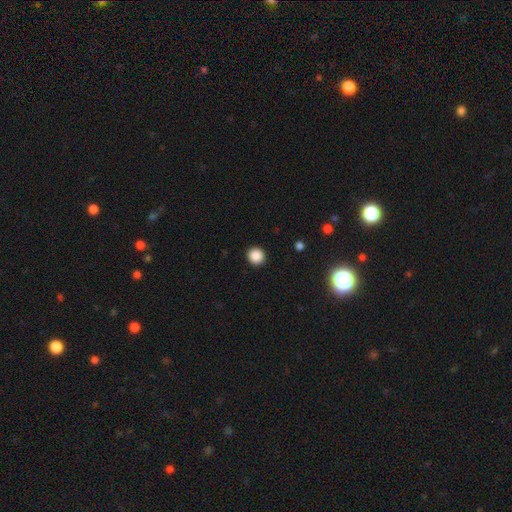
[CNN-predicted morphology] Overall: smooth (87%). How rounded: round (92%). Merging: none (92%).